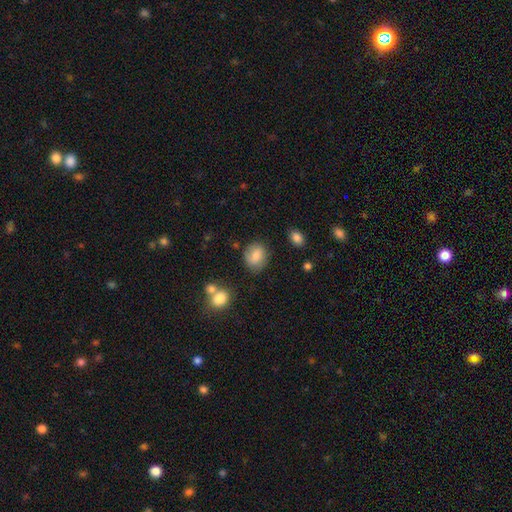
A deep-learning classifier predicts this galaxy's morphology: smooth-or-featured: smooth: 82% | featured or disk: 10% | star or artifact: 8%
  how-rounded: round: 57% | in between: 42% | cigar-shaped: 1%
  merging: none: 77% | minor disturbance: 15% | major disturbance: 4% | merger: 3%